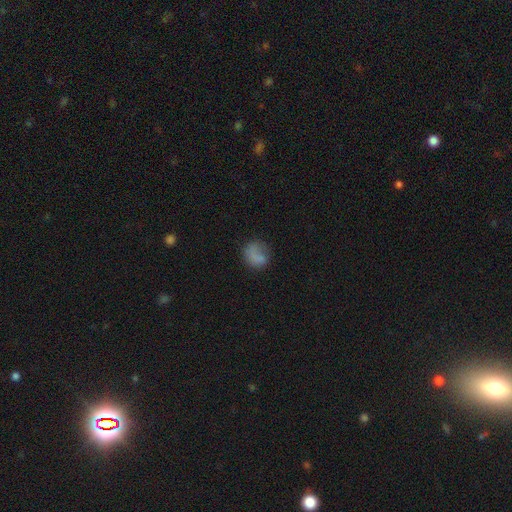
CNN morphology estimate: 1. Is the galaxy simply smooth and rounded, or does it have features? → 75% smooth, 15% featured or disk, 10% star or artifact.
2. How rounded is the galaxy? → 72% round, 26% in between, 1% cigar-shaped.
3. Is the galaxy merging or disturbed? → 53% none, 23% minor disturbance, 19% major disturbance, 5% merger.